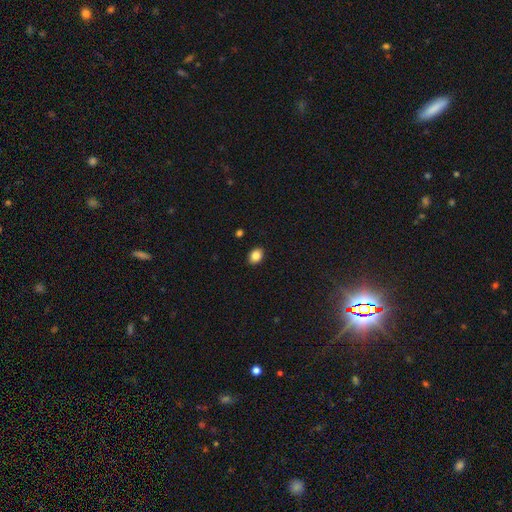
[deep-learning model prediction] A smooth galaxy with no disk features (85%) that is in between round and cigar-shaped (66%). Merging: none (90%).